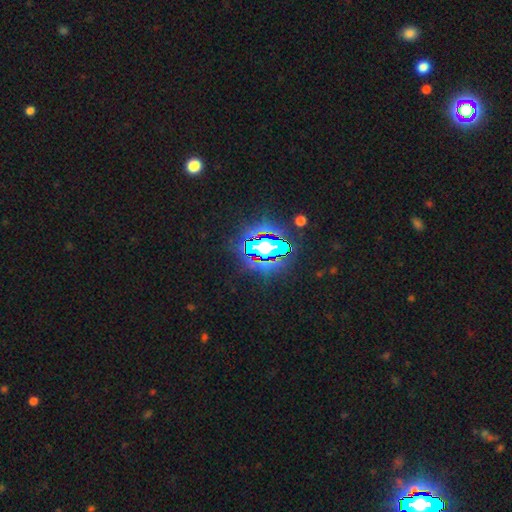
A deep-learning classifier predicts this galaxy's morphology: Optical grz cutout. It shows a star or artifact, not a galaxy (68%).